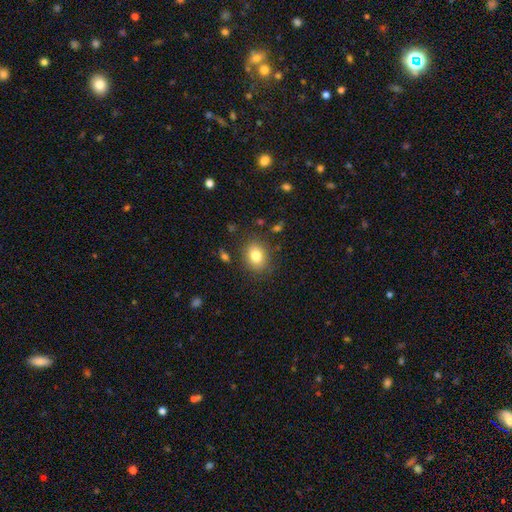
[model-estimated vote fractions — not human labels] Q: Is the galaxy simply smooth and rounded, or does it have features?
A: smooth — 81%.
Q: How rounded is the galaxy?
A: in between — 53%.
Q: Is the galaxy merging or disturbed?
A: none — 84%.